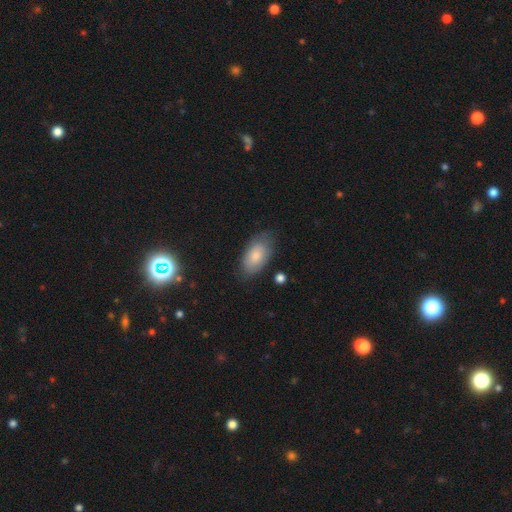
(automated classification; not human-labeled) This appears to be a smooth galaxy with no disk features (78%) that is in between round and cigar-shaped (94%). Merging: none (74%).